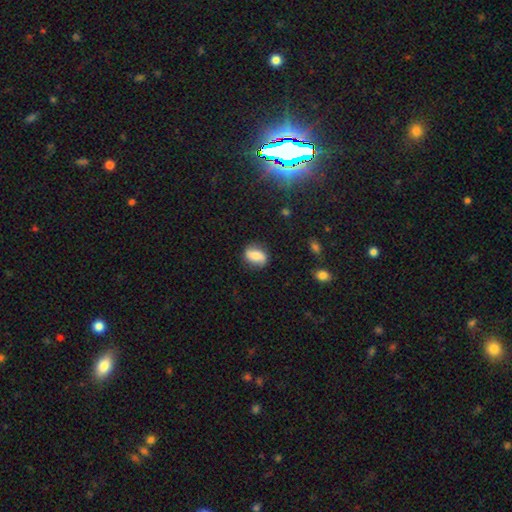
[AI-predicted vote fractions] The model was most divided on "smooth or featured": smooth: 57%, featured or disk: 34%, star or artifact: 9%. More confident: merging — none (77%); how rounded — in between (70%).